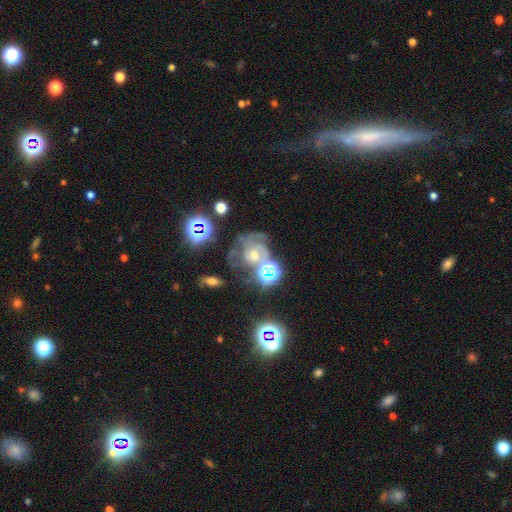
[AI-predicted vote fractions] Smooth or featured: featured or disk — 51% (star or artifact — 27%)
Edge-on disk: no — 97% (yes — 3%)
Merging: none — 35% (merger — 24%)